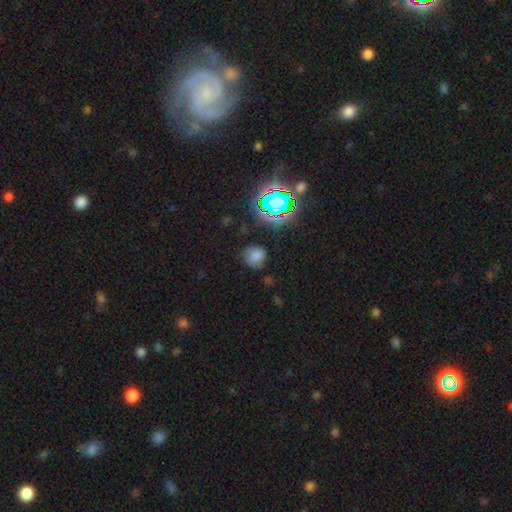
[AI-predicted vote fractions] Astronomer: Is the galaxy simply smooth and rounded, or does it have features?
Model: smooth — 70%.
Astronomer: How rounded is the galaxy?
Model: round — 79%.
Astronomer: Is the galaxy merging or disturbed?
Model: none — 72%.